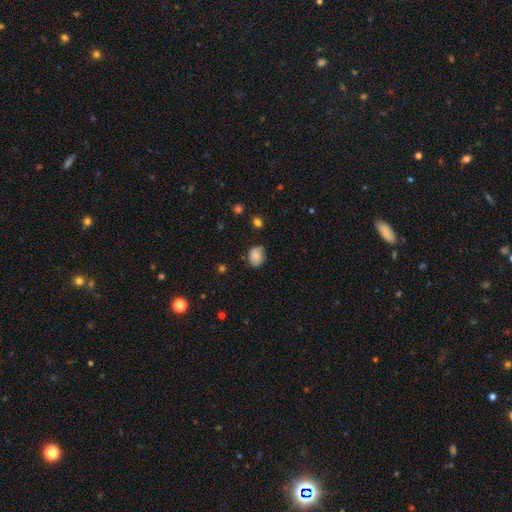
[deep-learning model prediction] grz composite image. It shows a smooth galaxy with no disk features (78%) that is in between round and cigar-shaped (58%). Merging: none (71%).